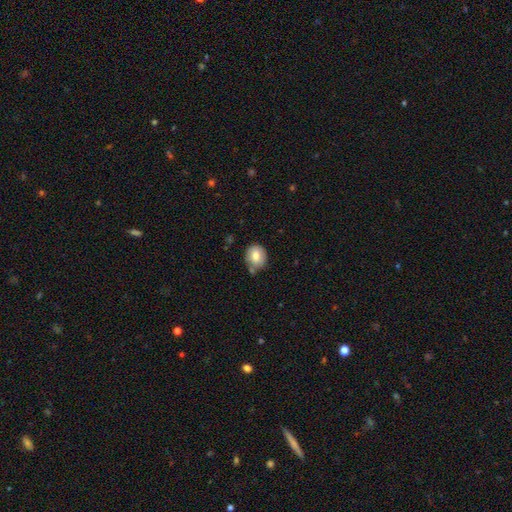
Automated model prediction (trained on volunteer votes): A smooth galaxy with no disk features (76%) that is round (69%). Merging: none (64%).